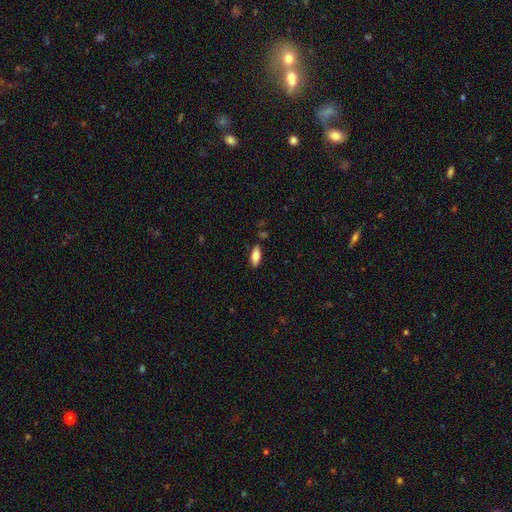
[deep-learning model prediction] smooth 81%, featured or disk 12%, star or artifact 7%. Down the decision tree: how rounded — in between (80%); merging — none (84%).